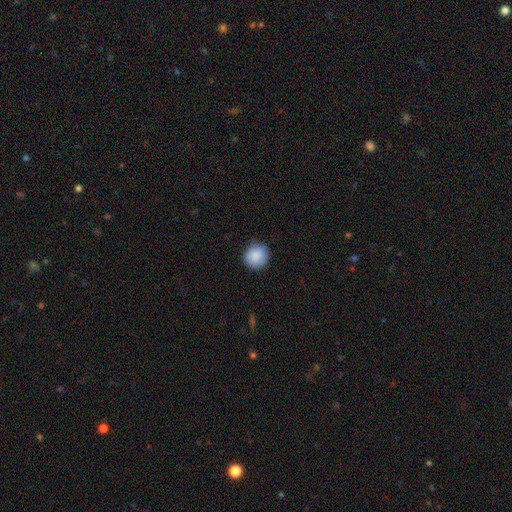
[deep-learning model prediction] Q: Smooth or featured?
A: smooth (89%); runner-up: star or artifact (7%)
Q: How rounded?
A: round (91%); runner-up: in between (8%)
Q: Merging?
A: none (87%); runner-up: minor disturbance (10%)